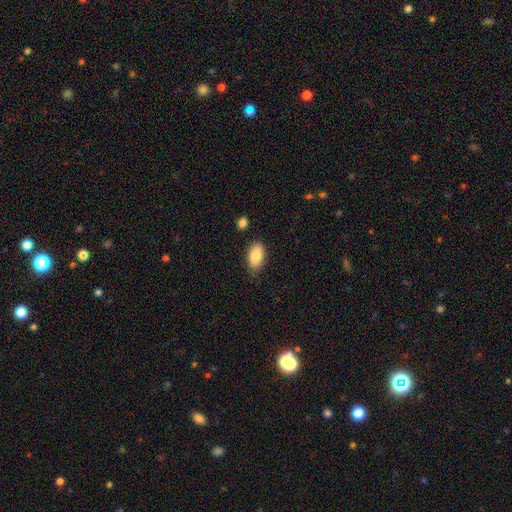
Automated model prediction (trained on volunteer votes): Smooth or featured?
  - smooth: 82% *
  - featured or disk: 11%
  - star or artifact: 7%
How rounded?
  - in between: 93% *
  - round: 5%
  - cigar-shaped: 2%
Merging?
  - none: 79% *
  - minor disturbance: 16%
  - major disturbance: 3%
  - merger: 3%